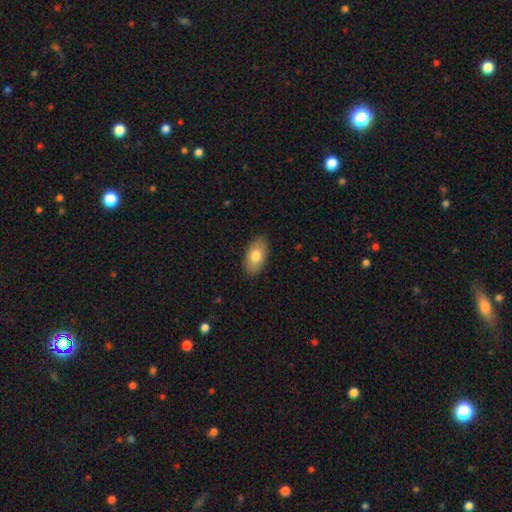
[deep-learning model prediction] Smooth or featured?
  - smooth: 77% *
  - featured or disk: 17%
  - star or artifact: 6%
How rounded?
  - in between: 93% *
  - round: 5%
  - cigar-shaped: 2%
Merging?
  - none: 87% *
  - minor disturbance: 10%
  - major disturbance: 2%
  - merger: 1%